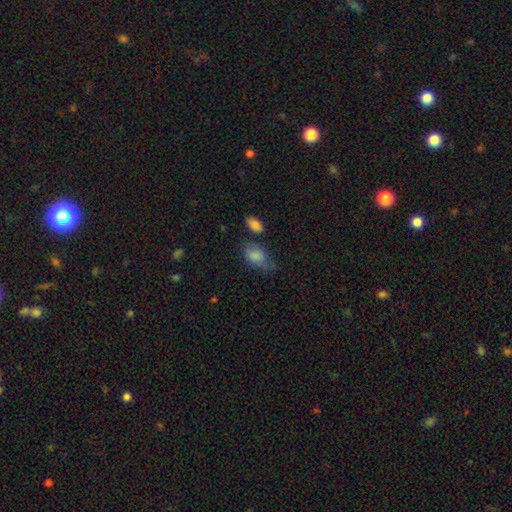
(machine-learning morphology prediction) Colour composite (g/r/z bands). It shows a smooth galaxy with no disk features (82%) that is in between round and cigar-shaped (83%). Merging: none (42%).